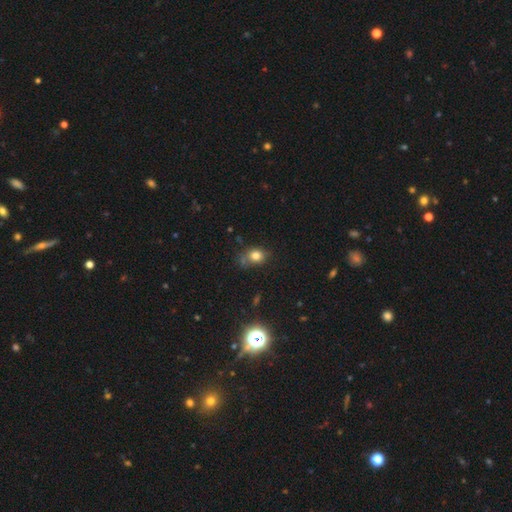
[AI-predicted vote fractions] This is likely a smooth galaxy (77%). How rounded: possibly round (57%). Merging: possibly none (58%).